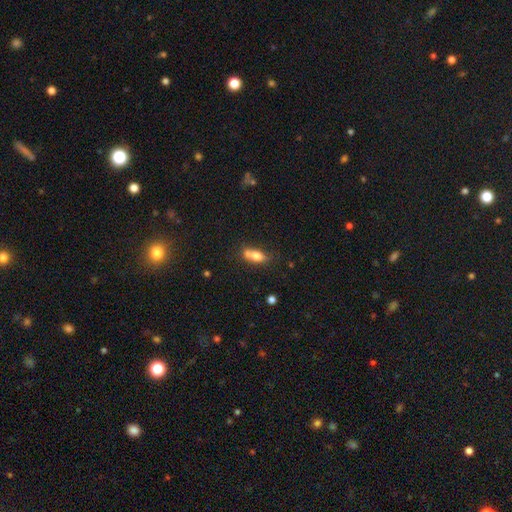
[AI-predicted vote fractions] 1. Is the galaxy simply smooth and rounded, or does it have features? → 72% smooth, 19% featured or disk, 9% star or artifact.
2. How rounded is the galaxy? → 77% in between, 14% cigar-shaped, 9% round.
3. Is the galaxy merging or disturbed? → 38% none, 35% merger, 19% minor disturbance, 8% major disturbance.